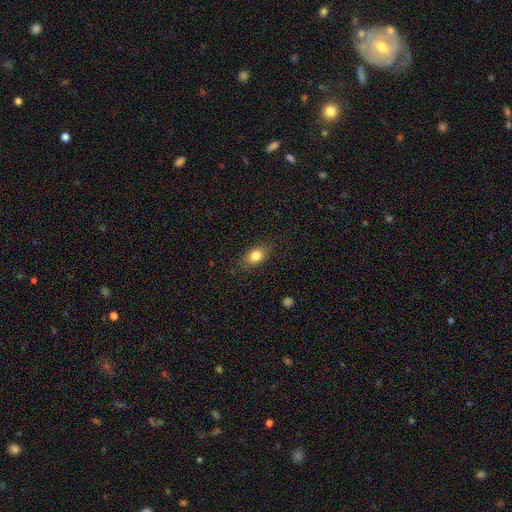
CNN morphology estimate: This is clearly a smooth galaxy (82%). How rounded: likely in between (76%). Merging: clearly none (83%).